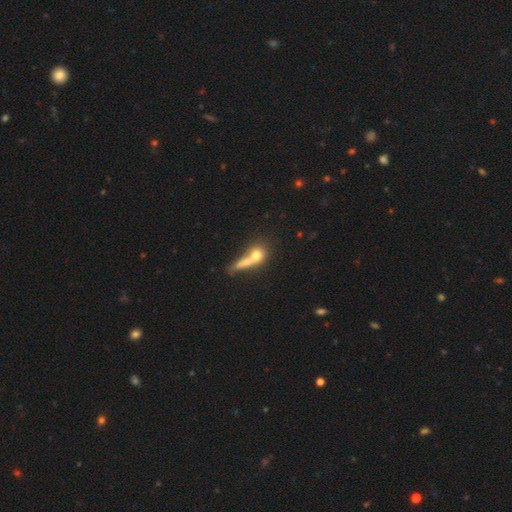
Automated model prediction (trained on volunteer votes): A smooth galaxy with no disk features (66%) that is round (54%). Merging: merger (58%).